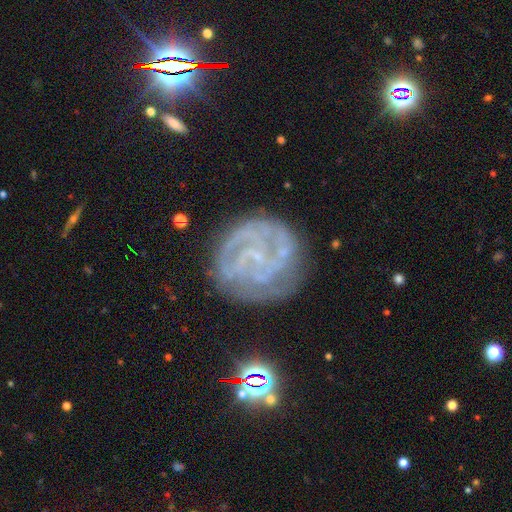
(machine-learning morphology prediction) A featured or disk galaxy (82%) with no bar (57%), tight (68%) spiral arms (92%) and a small central bulge (64%).

Vote fractions:
- Smooth or featured? featured or disk: 82% / smooth: 9% / star or artifact: 9%
- Edge-on disk? no: 98% / yes: 2%
- Bar? no: 57% / weak: 31% / strong: 12%
- Spiral arms? yes: 92% / no: 8%
- Spiral winding? tight: 68% / medium: 25% / loose: 6%
- Spiral arm count? can't tell: 29% / 2: 25% / 3: 22% / 4: 11% / 1: 7% / more than 4: 7%
- Bulge size? small: 64% / none: 30% / moderate: 5% / large: 1% / dominant: 1%
- Merging? none: 74% / minor disturbance: 16% / major disturbance: 8% / merger: 2%